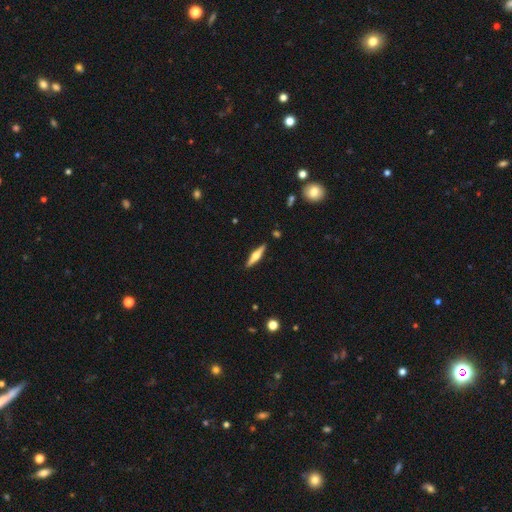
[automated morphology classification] featured or disk 64%, smooth 30%, star or artifact 6%. Down the decision tree: edge-on disk — yes (97%); edge-on bulge — rounded (91%); merging — none (90%).